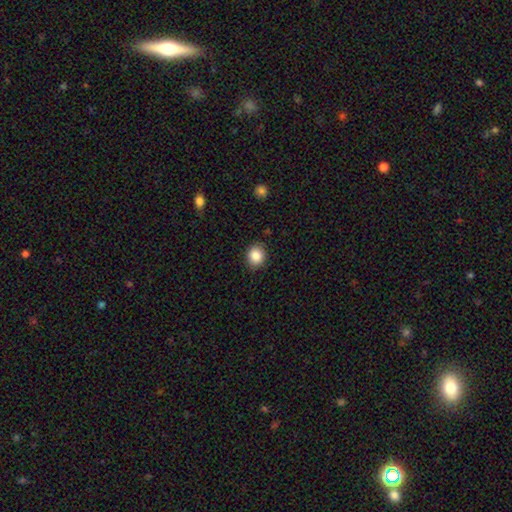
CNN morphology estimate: This appears to be a smooth galaxy with no disk features (86%) that is round (73%). Merging: none (87%).